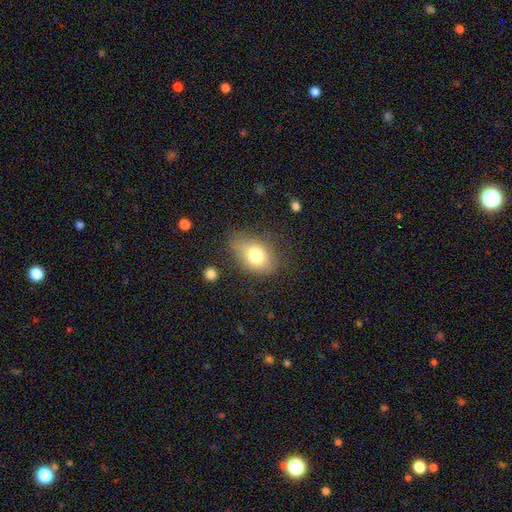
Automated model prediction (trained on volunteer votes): This is likely a smooth galaxy (75%). How rounded: likely in between (78%). Merging: likely none (64%).